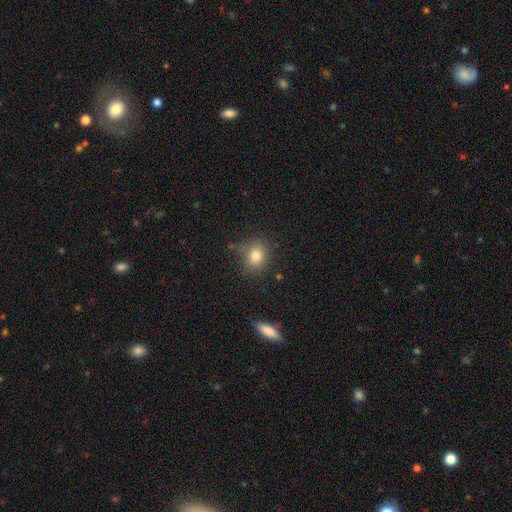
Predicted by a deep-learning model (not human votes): Smooth or featured? smooth (81%)
How rounded? round (63%)
Merging? none (76%)